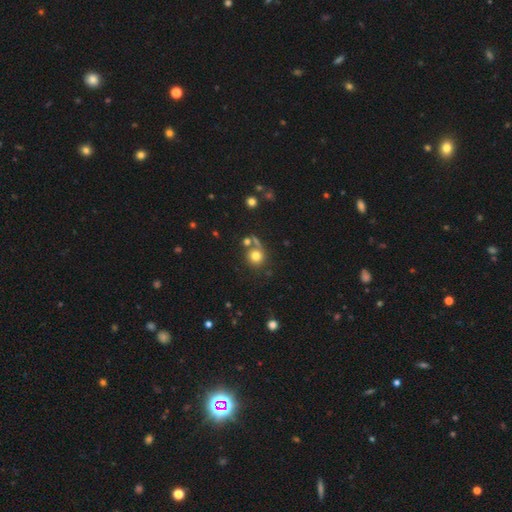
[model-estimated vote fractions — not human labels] The model was most divided on "merging": none: 61%, merger: 21%, minor disturbance: 11%, major disturbance: 7%. More confident: how rounded — round (89%); smooth or featured — smooth (77%).